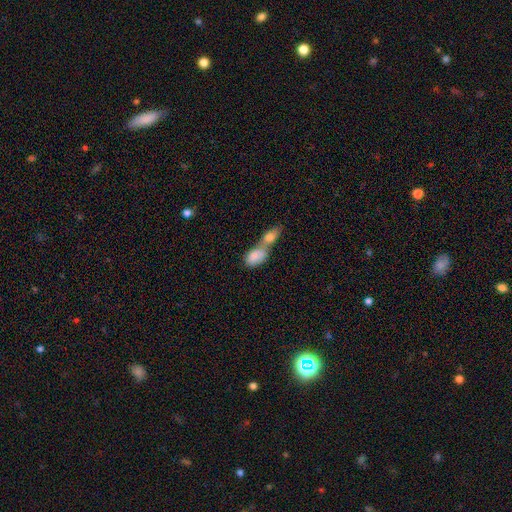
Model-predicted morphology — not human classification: Smooth or featured?
  - smooth: 80% *
  - featured or disk: 13%
  - star or artifact: 7%
How rounded?
  - in between: 84% *
  - round: 11%
  - cigar-shaped: 5%
Merging?
  - merger: 75% *
  - none: 16%
  - minor disturbance: 6%
  - major disturbance: 4%